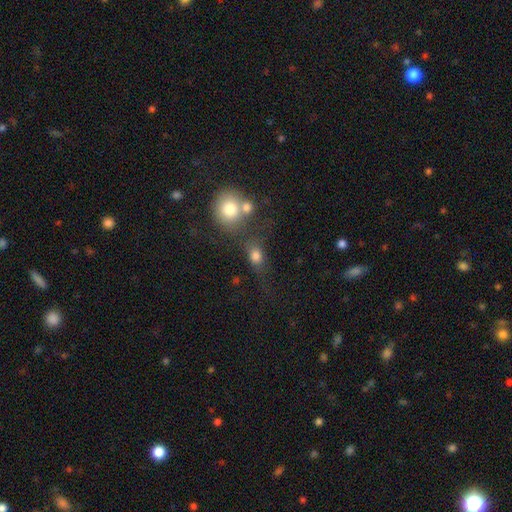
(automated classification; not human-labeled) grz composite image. It shows a smooth galaxy with no disk features (77%) that is in between round and cigar-shaped (53%). Merging: none (50%).